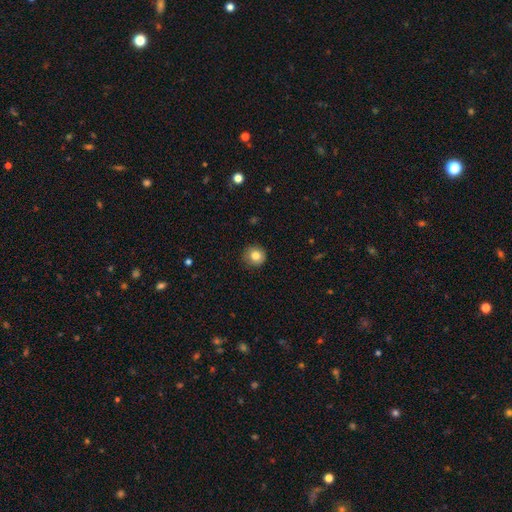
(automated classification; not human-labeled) This is clearly a smooth galaxy (83%). How rounded: clearly round (92%). Merging: clearly none (88%).